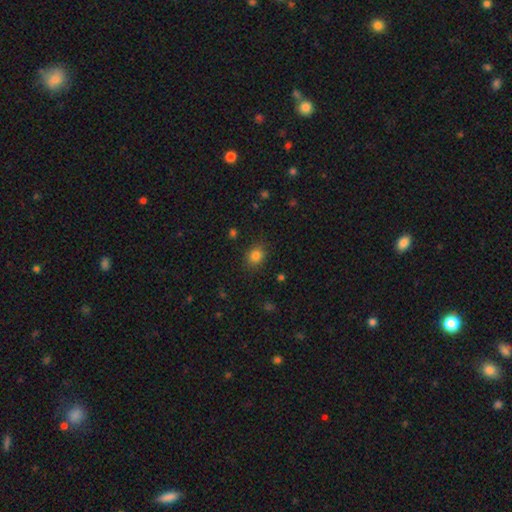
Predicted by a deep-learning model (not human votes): A smooth galaxy with no disk features (82%) that is round (62%). Merging: none (85%).